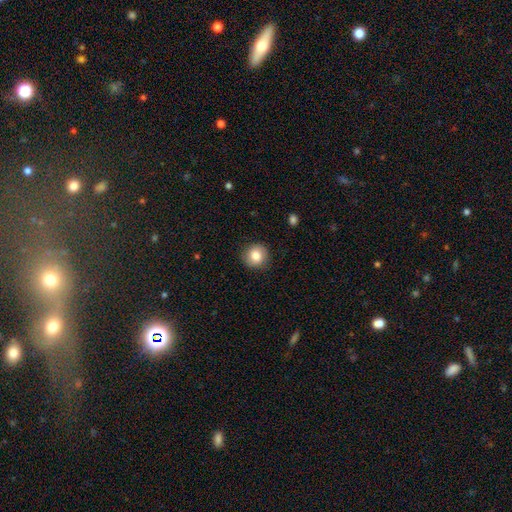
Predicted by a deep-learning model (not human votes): Smooth or featured? smooth (83%)
How rounded? round (91%)
Merging? none (88%)